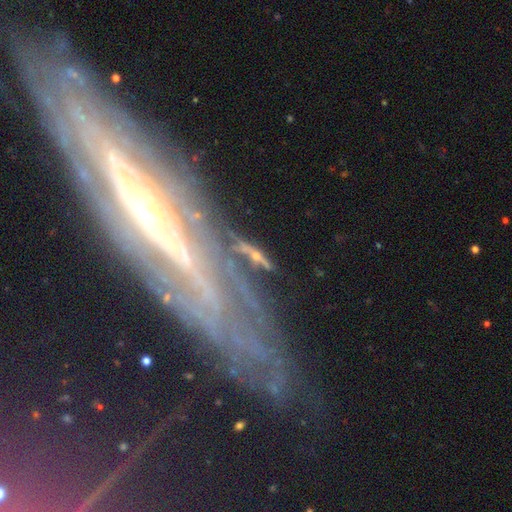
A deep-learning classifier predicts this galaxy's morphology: A featured or disk galaxy (61%). Merging: none (64%).